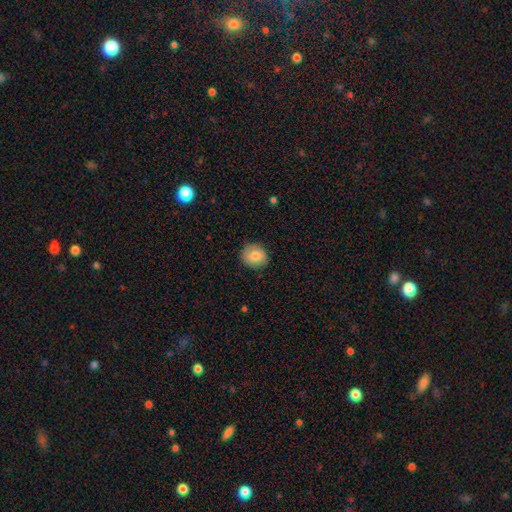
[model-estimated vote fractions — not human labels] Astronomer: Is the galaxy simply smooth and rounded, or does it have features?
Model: smooth — 78%.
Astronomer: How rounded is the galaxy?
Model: round — 82%.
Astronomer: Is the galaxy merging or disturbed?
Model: none — 81%.